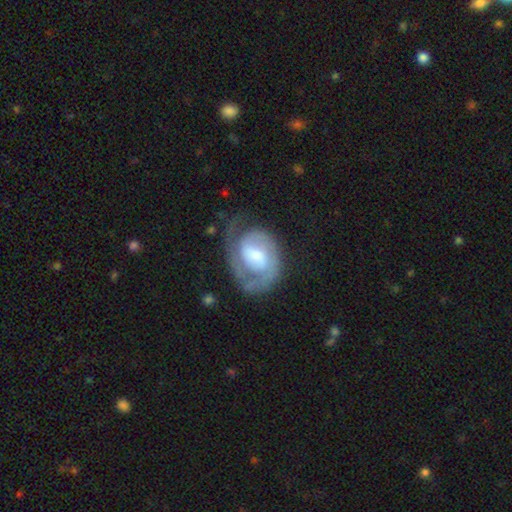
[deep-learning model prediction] This appears to be a featured or disk galaxy (82%) with a weak bar (44%), 2 (61%) tight (51%) spiral arms (94%) and a small central bulge (39%). Merging: none (61%).